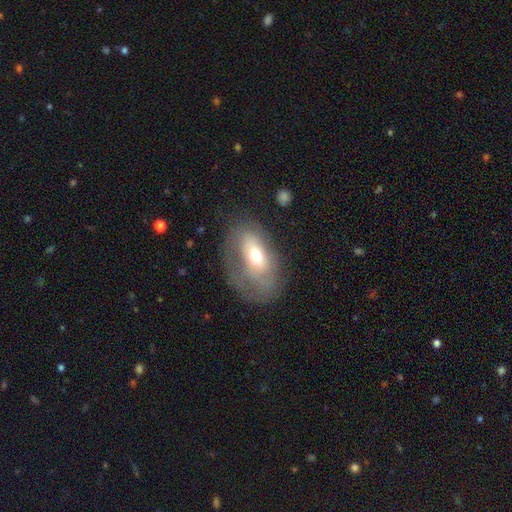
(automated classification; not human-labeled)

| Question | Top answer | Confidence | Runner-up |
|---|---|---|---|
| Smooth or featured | smooth | 48% | featured or disk (43%) |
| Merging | none | 48% | minor disturbance (27%) |